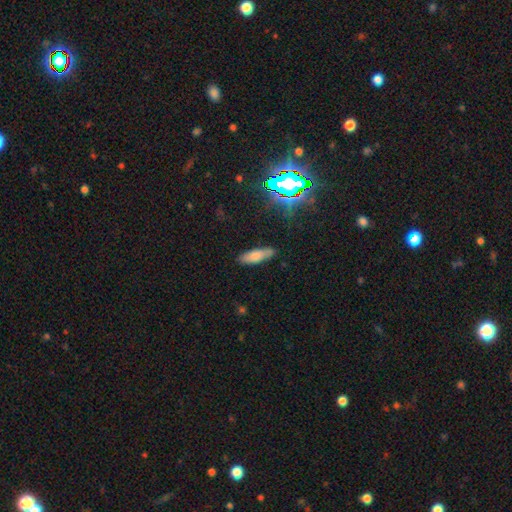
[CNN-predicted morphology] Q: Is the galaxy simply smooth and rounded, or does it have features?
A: smooth — 73%.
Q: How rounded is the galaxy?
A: in between — 53%.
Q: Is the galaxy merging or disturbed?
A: none — 82%.